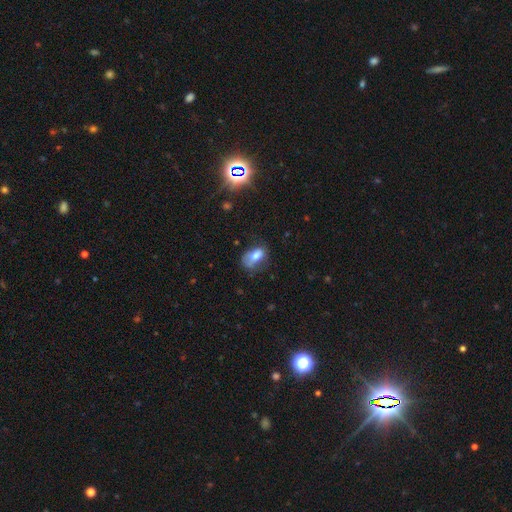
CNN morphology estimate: A smooth galaxy with no disk features (71%) that is in between round and cigar-shaped (88%).

Vote fractions:
- Smooth or featured? smooth: 71% / featured or disk: 18% / star or artifact: 10%
- How rounded? in between: 88% / round: 9% / cigar-shaped: 3%
- Merging? none: 45% / minor disturbance: 32% / major disturbance: 20% / merger: 4%